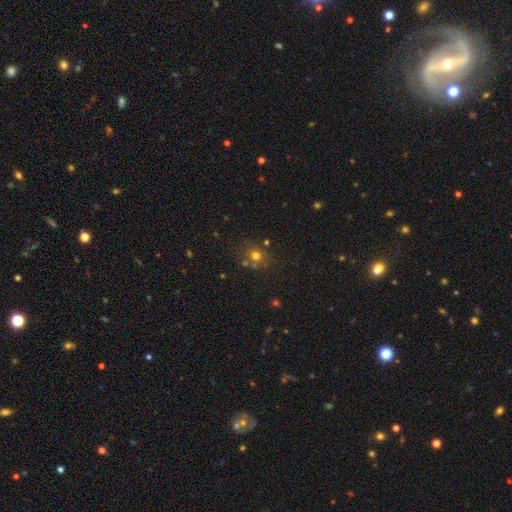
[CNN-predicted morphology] Smooth or featured? Predicted: smooth (p=0.67). How rounded? Predicted: round (p=0.79). Merging? Predicted: none (p=0.70).